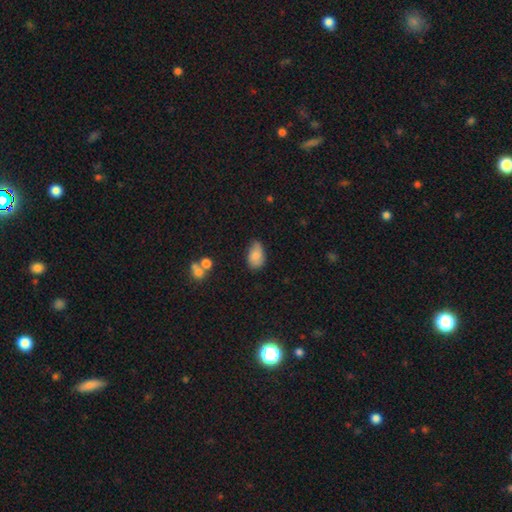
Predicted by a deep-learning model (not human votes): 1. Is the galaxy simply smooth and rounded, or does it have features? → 81% smooth, 11% featured or disk, 8% star or artifact.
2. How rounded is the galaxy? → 90% in between, 9% round, 2% cigar-shaped.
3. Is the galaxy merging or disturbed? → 55% none, 35% minor disturbance, 7% major disturbance, 3% merger.